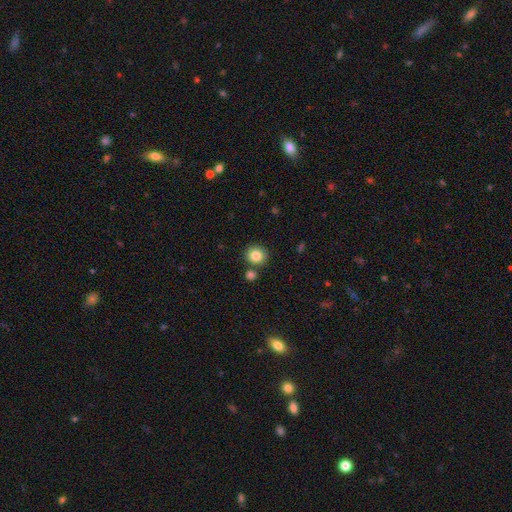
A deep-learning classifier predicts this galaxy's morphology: Smooth or featured?
  - smooth: 85% *
  - star or artifact: 9%
  - featured or disk: 5%
How rounded?
  - round: 89% *
  - in between: 10%
  - cigar-shaped: 1%
Merging?
  - none: 78% *
  - merger: 11%
  - minor disturbance: 8%
  - major disturbance: 3%